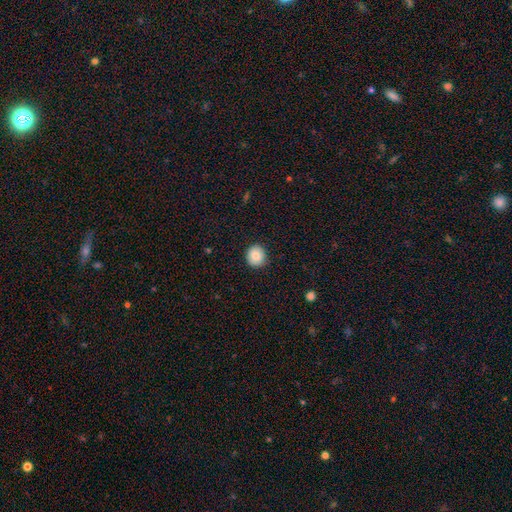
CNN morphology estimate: smooth_or_featured: smooth (p=0.85) [alt: star or artifact p=0.08]
how_rounded: round (p=0.87) [alt: in between p=0.12]
merging: none (p=0.89) [alt: minor disturbance p=0.08]